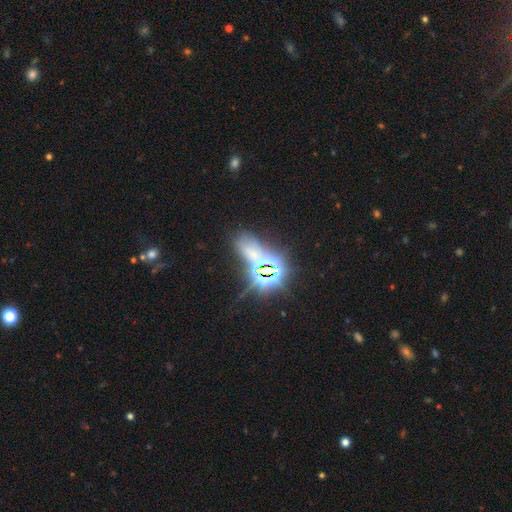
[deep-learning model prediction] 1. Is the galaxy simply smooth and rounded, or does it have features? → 65% star or artifact, 22% smooth, 13% featured or disk.